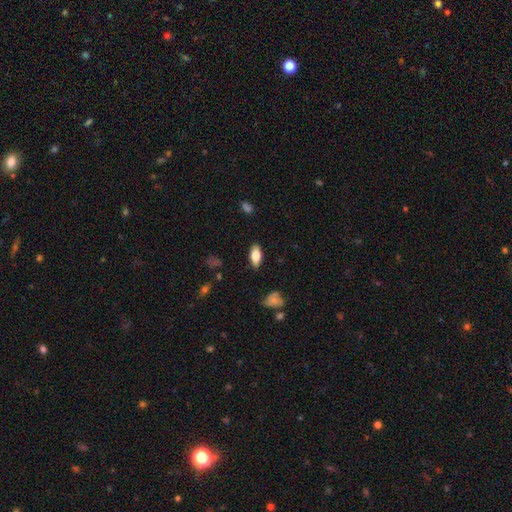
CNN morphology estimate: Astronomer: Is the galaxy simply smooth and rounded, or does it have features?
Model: smooth — 77%.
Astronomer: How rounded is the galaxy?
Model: in between — 86%.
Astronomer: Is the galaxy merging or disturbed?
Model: none — 86%.